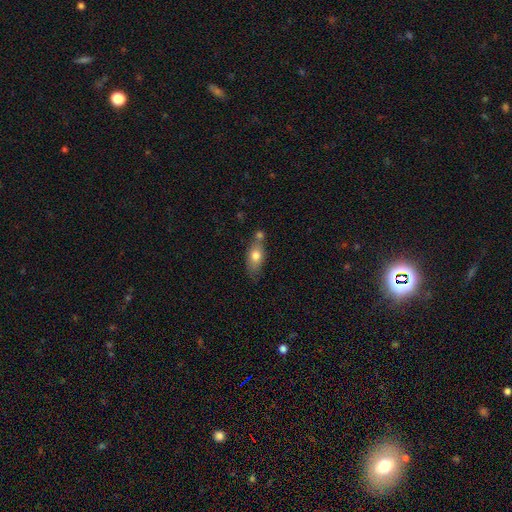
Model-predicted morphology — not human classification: Smooth or featured: smooth — 72% (featured or disk — 20%)
How rounded: in between — 78% (cigar-shaped — 14%)
Merging: none — 49% (merger — 27%)